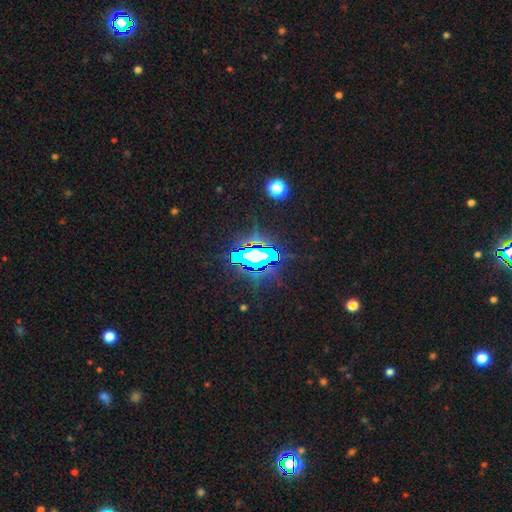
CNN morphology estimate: smooth_or_featured: star or artifact (p=0.73) [alt: featured or disk p=0.14]